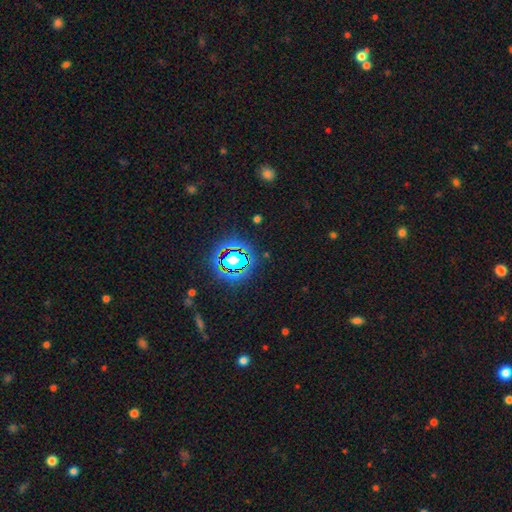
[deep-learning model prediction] smooth_or_featured: star or artifact (p=0.79) [alt: smooth p=0.13]